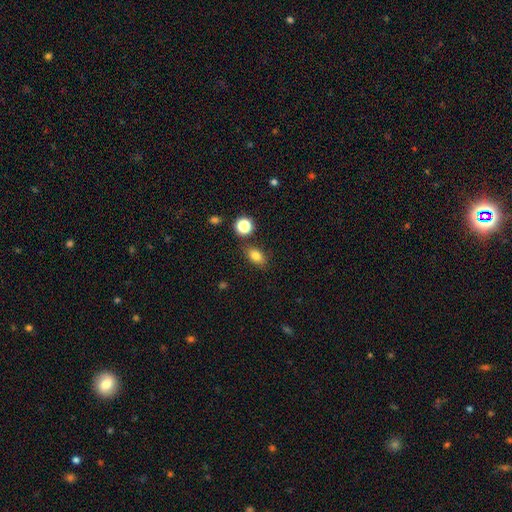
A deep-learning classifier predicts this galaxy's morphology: Smooth or featured? smooth (80%)
How rounded? in between (79%)
Merging? none (80%)